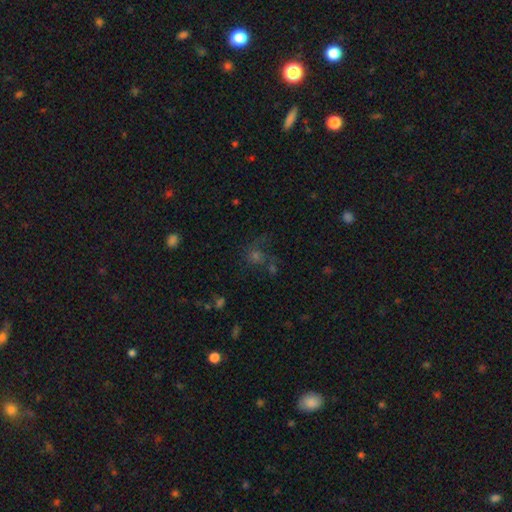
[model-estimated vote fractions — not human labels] This is marginally a star or artifact rather than a galaxy (41%).